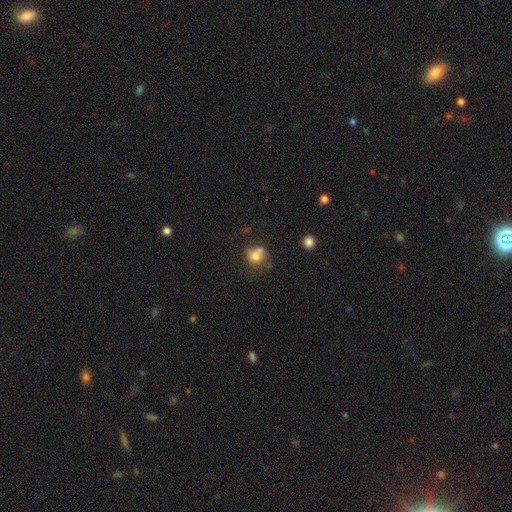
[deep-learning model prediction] Smooth or featured? smooth (69%)
How rounded? round (73%)
Merging? merger (38%)